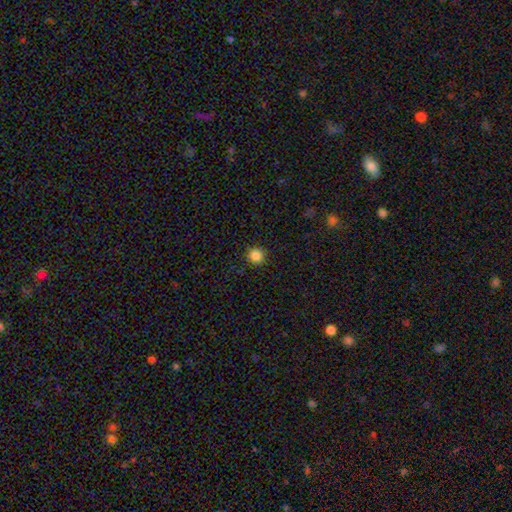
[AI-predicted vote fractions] Morphology: type=smooth (85%); roundness=round (92%); merging=none (91%).